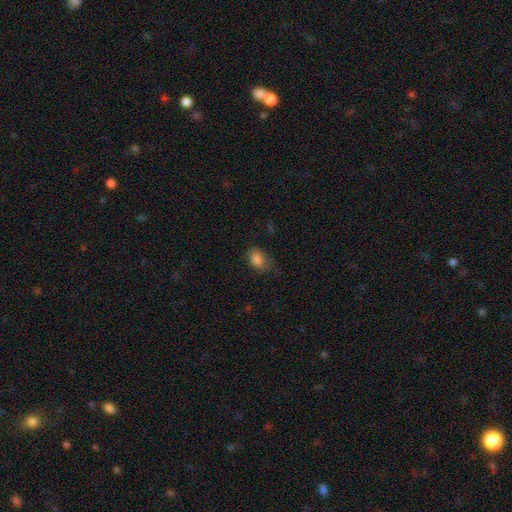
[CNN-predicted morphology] type=smooth (78%); roundness=in between (69%); merging=none (61%).